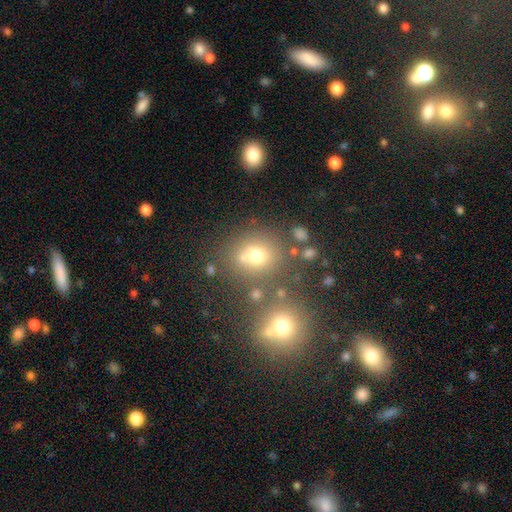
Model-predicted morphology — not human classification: The model was most divided on "merging": none: 61%, merger: 21%, minor disturbance: 11%, major disturbance: 6%. More confident: how rounded — round (79%); smooth or featured — smooth (66%).